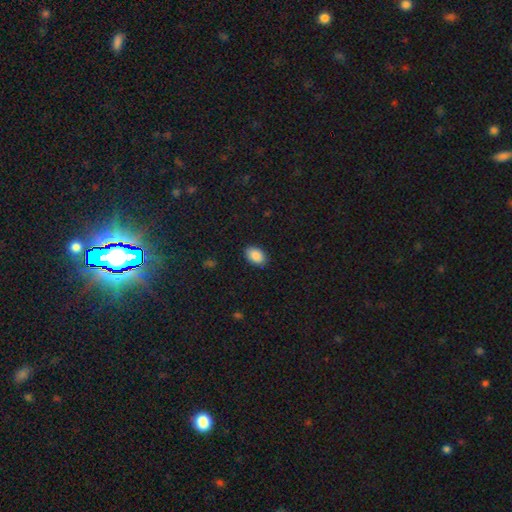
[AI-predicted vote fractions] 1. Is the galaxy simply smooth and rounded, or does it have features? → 89% smooth, 7% star or artifact, 4% featured or disk.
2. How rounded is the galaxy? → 89% in between, 10% round, 1% cigar-shaped.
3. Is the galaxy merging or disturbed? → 88% none, 9% minor disturbance, 2% major disturbance, 1% merger.